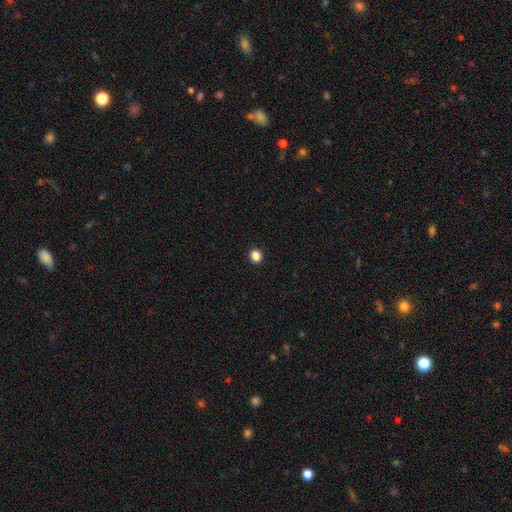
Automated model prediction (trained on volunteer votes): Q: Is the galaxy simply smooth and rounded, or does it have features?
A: smooth — 86%.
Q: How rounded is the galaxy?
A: round — 74%.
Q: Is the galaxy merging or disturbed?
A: none — 93%.